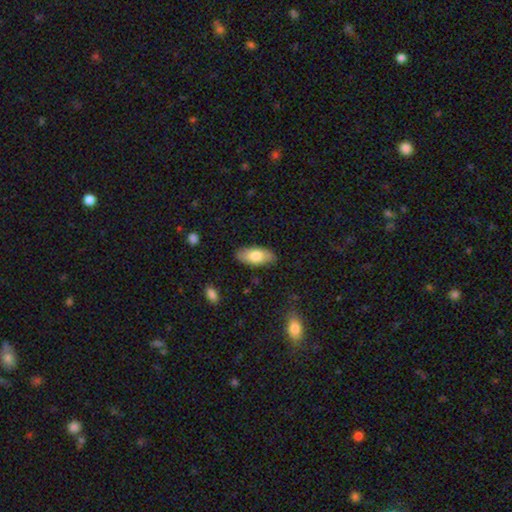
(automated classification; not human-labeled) Morphology: type=smooth (75%); roundness=in between (90%); merging=none (85%).